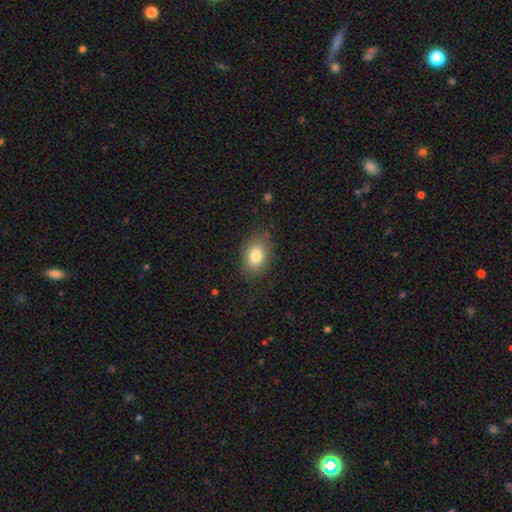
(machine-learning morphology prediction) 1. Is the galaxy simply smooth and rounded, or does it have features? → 82% smooth, 10% featured or disk, 8% star or artifact.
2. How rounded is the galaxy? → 79% in between, 20% round, 1% cigar-shaped.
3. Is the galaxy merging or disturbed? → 81% none, 13% minor disturbance, 4% major disturbance, 1% merger.